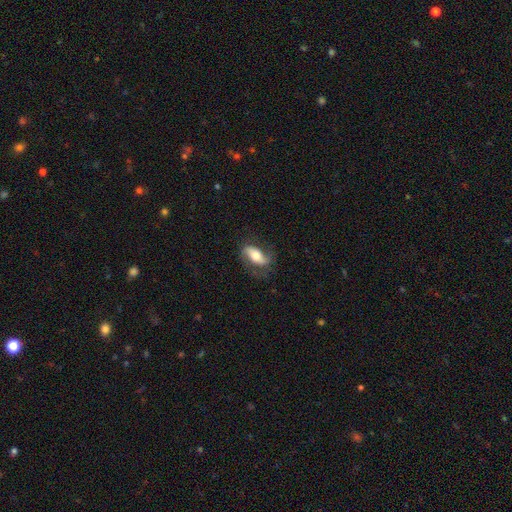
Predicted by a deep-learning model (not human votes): This is possibly a featured or disk galaxy (58%). It is clearly not viewed edge-on (87%). Bar: marginally no (40%). Spiral arm pattern: clearly yes (82%). Central bulge: likely moderate (64%). Merging: likely none (68%).